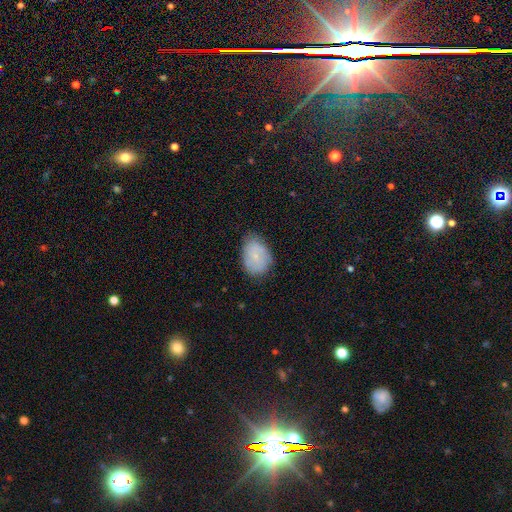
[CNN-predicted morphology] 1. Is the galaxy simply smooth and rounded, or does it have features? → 70% smooth, 22% featured or disk, 8% star or artifact.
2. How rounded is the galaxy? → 78% in between, 21% round, 1% cigar-shaped.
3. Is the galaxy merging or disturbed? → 66% none, 27% minor disturbance, 6% major disturbance, 1% merger.